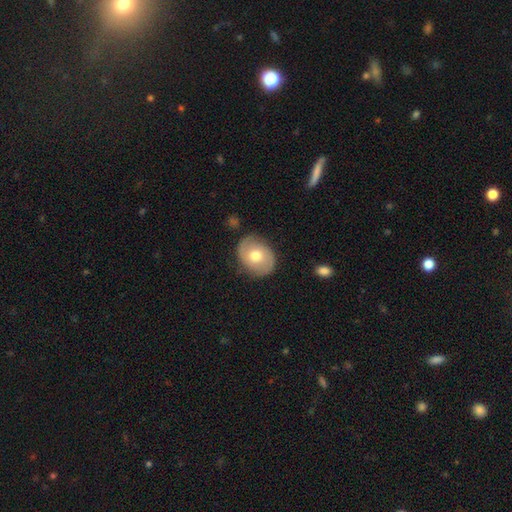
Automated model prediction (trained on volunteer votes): Morphology: type=featured or disk (48%); merging=none (80%).